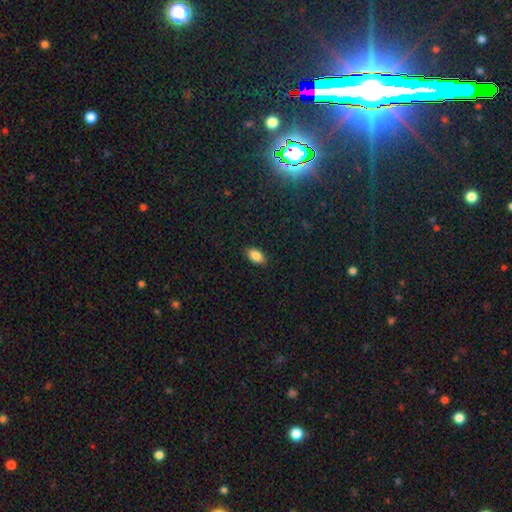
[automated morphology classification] smooth-or-featured: smooth: 86% | star or artifact: 8% | featured or disk: 6%
  how-rounded: in between: 92% | round: 5% | cigar-shaped: 2%
  merging: none: 89% | minor disturbance: 8% | major disturbance: 2% | merger: 1%